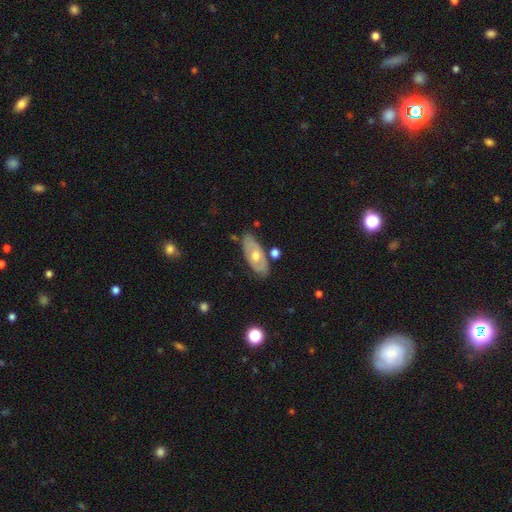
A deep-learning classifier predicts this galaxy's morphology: Q: Smooth or featured?
A: featured or disk (53%); runner-up: smooth (41%)
Q: Edge-on disk?
A: no (81%); runner-up: yes (19%)
Q: Merging?
A: none (78%); runner-up: minor disturbance (15%)